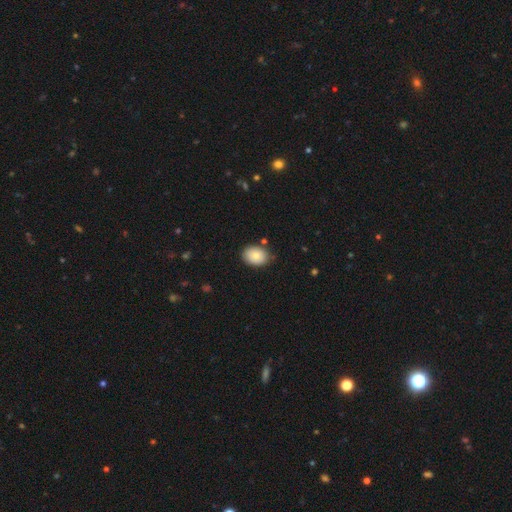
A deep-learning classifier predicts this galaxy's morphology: This is clearly a smooth galaxy (81%). How rounded: likely in between (69%). Merging: clearly none (83%).